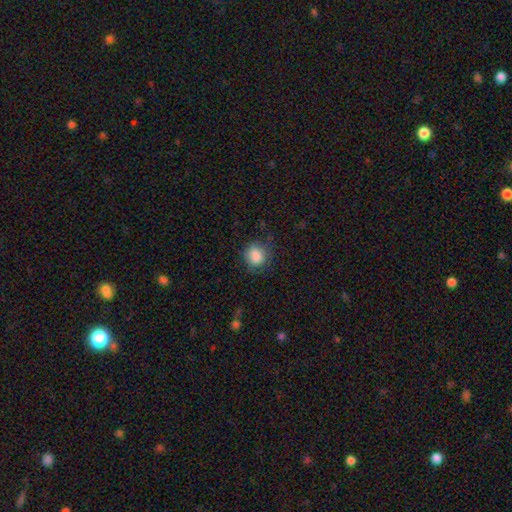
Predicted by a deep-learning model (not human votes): Morphology: type=smooth (86%); roundness=round (76%); merging=none (69%).